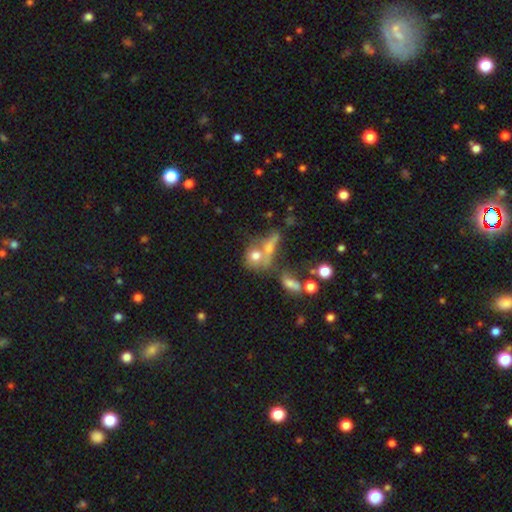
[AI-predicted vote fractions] Overall: smooth (64%). How rounded: round (66%; in between 30%). Merging: merger (49%; none 30%).